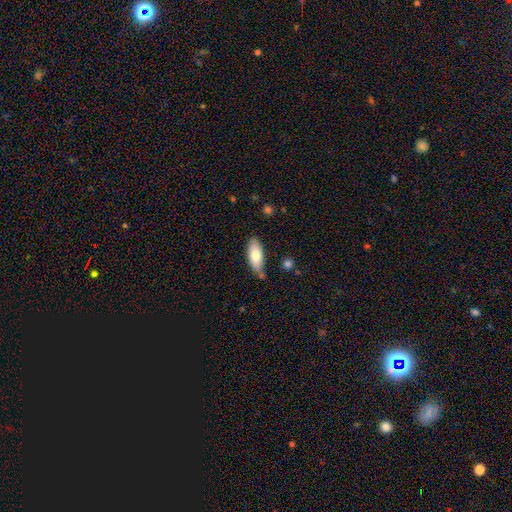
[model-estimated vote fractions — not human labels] Smooth or featured?
  - smooth: 73% *
  - featured or disk: 20%
  - star or artifact: 6%
How rounded?
  - in between: 77% *
  - cigar-shaped: 21%
  - round: 2%
Merging?
  - none: 76% *
  - minor disturbance: 16%
  - merger: 5%
  - major disturbance: 3%